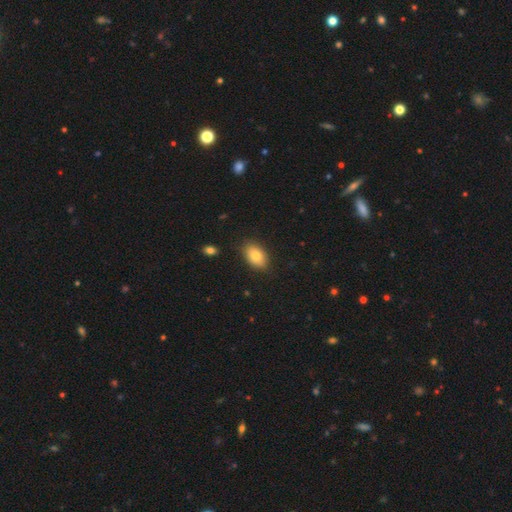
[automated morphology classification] Smooth or featured? Predicted: smooth (p=0.80). How rounded? Predicted: in between (p=0.88). Merging? Predicted: none (p=0.86).